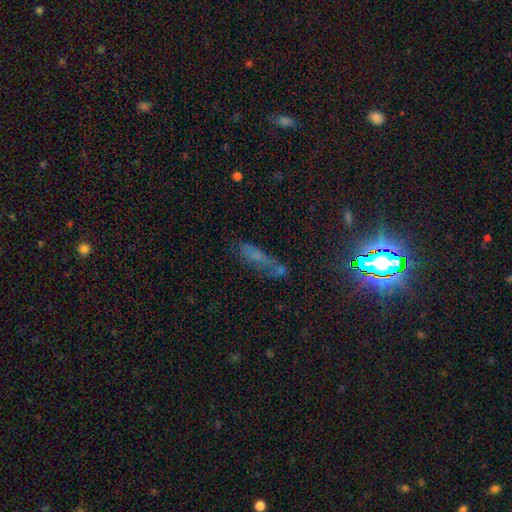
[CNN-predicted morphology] The model was most divided on "smooth or featured": smooth: 43%, star or artifact: 32%, featured or disk: 26%. Remaining: merging — none (44%).